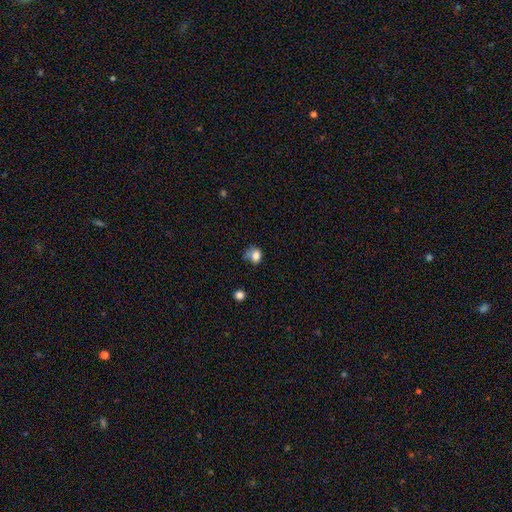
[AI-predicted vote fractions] The model was most divided on "merging": none: 42%, minor disturbance: 35%, major disturbance: 17%, merger: 6%. More confident: smooth or featured — smooth (80%); how rounded — round (64%).